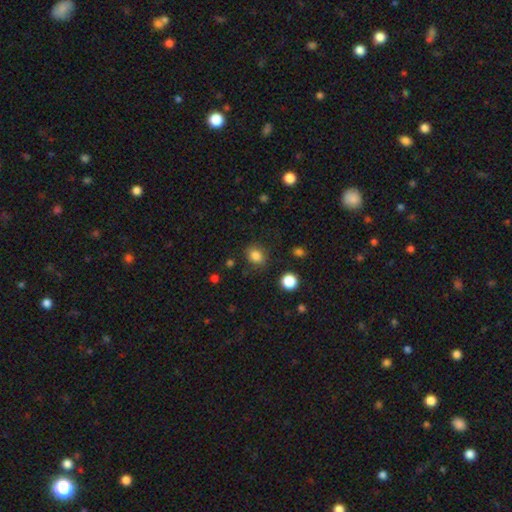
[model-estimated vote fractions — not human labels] Smooth or featured? smooth (83%)
How rounded? round (54%)
Merging? none (82%)